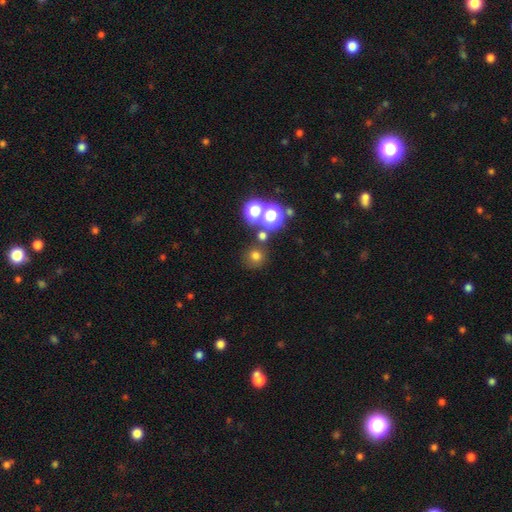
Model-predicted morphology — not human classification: smooth_or_featured: smooth (p=0.67) [alt: star or artifact p=0.25]
how_rounded: round (p=0.91) [alt: in between p=0.08]
merging: none (p=0.76) [alt: merger p=0.11]